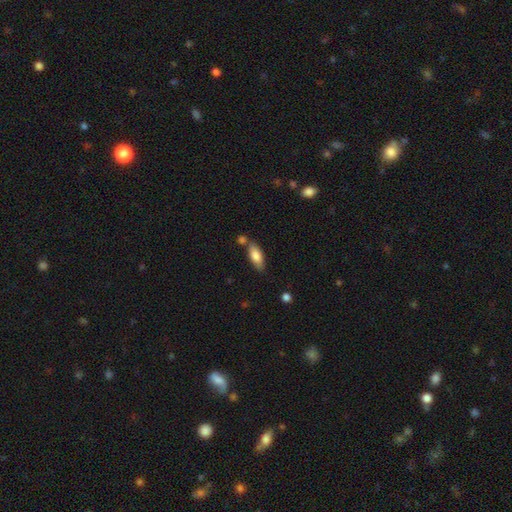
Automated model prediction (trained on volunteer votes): Overall: smooth (77%). How rounded: in between (73%). Merging: none (67%).